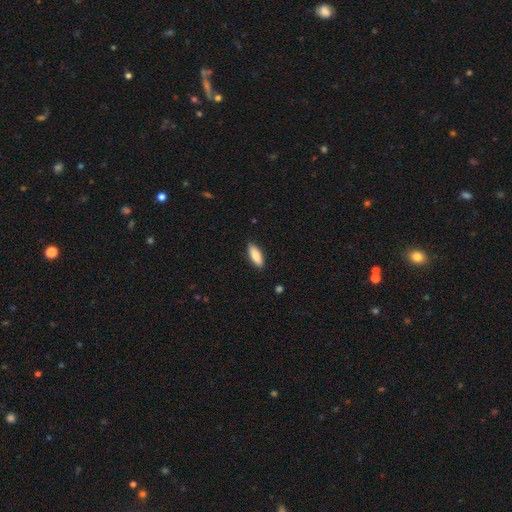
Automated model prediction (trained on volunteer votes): Smooth or featured? smooth (82%)
How rounded? in between (67%)
Merging? none (88%)